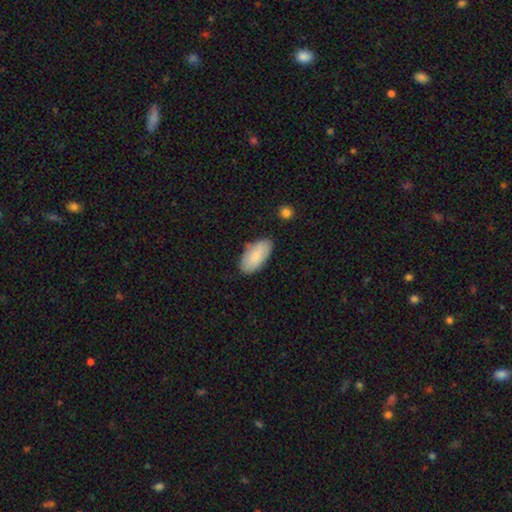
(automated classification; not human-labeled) smooth_or_featured: smooth (p=0.82) [alt: featured or disk p=0.12]
how_rounded: in between (p=0.94) [alt: cigar-shaped p=0.04]
merging: none (p=0.79) [alt: minor disturbance p=0.16]